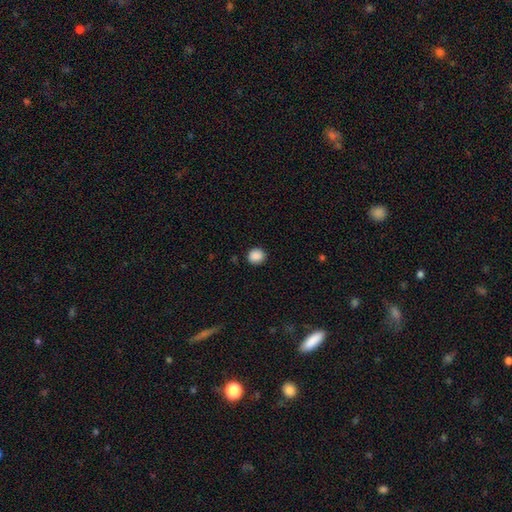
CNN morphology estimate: This appears to be a smooth galaxy with no disk features (88%) that is round (87%). Merging: none (90%).